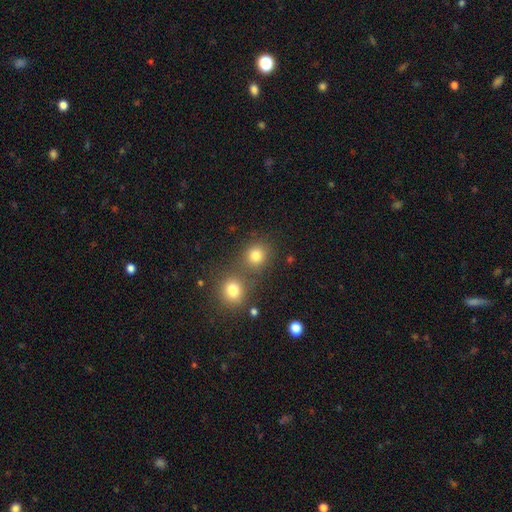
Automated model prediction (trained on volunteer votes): This appears to be a smooth galaxy with no disk features (79%) that is round (85%). Merging: none (65%).